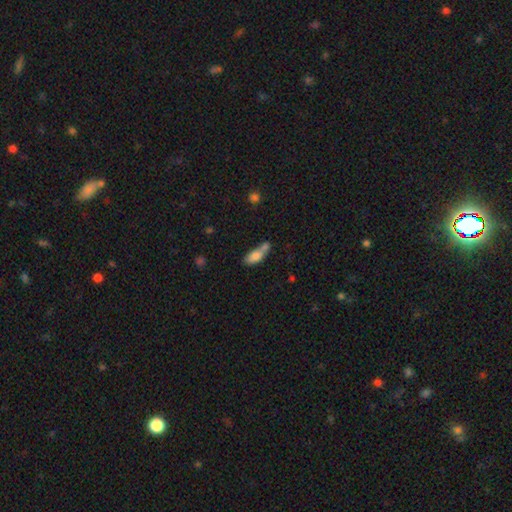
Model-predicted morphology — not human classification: Smooth or featured? smooth (78%)
How rounded? in between (75%)
Merging? merger (42%)